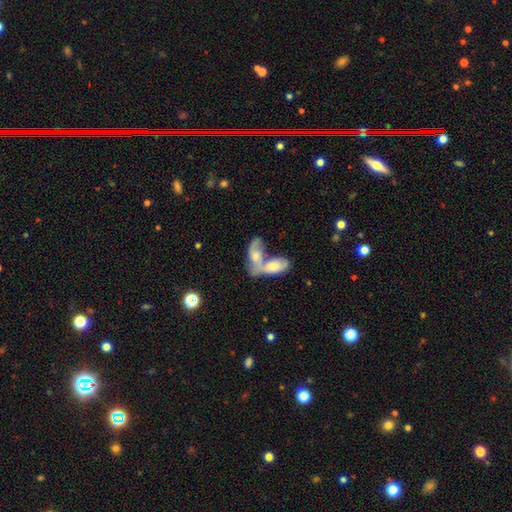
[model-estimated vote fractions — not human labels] Q: Smooth or featured?
A: smooth (55%); runner-up: featured or disk (38%)
Q: How rounded?
A: in between (85%); runner-up: cigar-shaped (11%)
Q: Merging?
A: merger (75%); runner-up: none (13%)